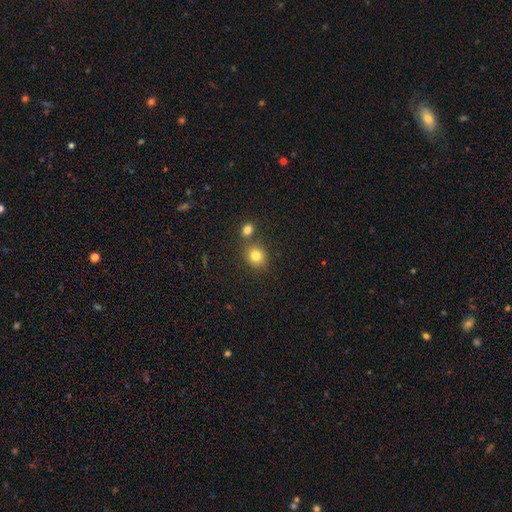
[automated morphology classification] Smooth or featured: smooth — 81% (star or artifact — 12%)
How rounded: round — 75% (in between — 24%)
Merging: none — 71% (merger — 17%)